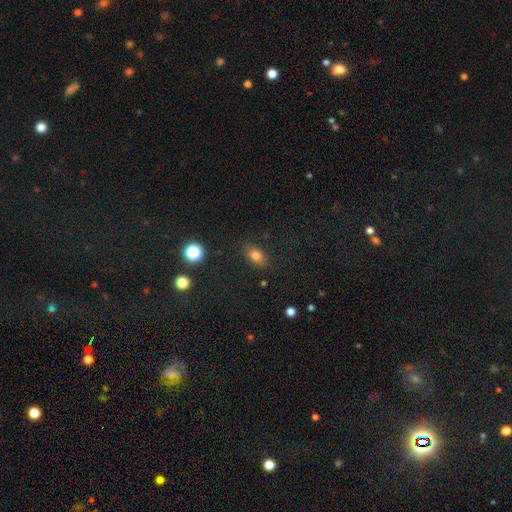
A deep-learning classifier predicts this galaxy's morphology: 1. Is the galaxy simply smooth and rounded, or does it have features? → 79% smooth, 12% star or artifact, 9% featured or disk.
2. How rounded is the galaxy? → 81% in between, 16% round, 3% cigar-shaped.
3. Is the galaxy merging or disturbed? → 85% none, 11% minor disturbance, 3% major disturbance, 2% merger.